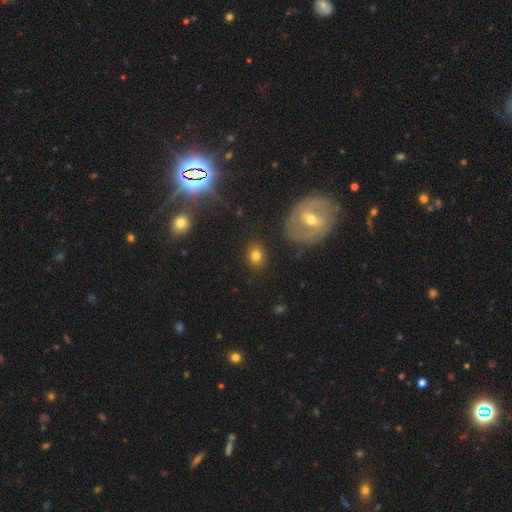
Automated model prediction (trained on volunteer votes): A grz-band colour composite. It shows a smooth galaxy with no disk features (74%) that is in between round and cigar-shaped (52%). Merging: none (84%).